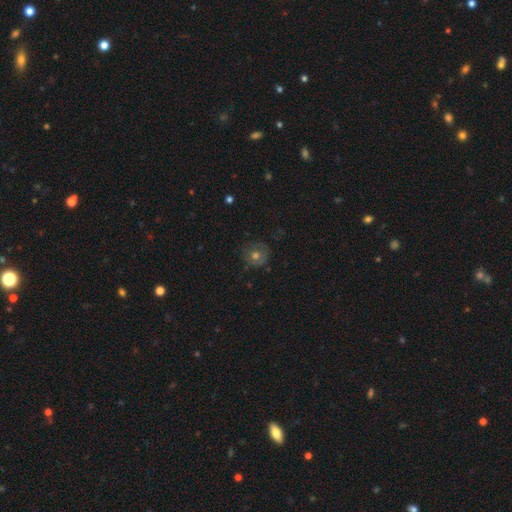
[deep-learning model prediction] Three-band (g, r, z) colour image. It shows a smooth galaxy with no disk features (52%) that is round (88%). Merging: none (75%).